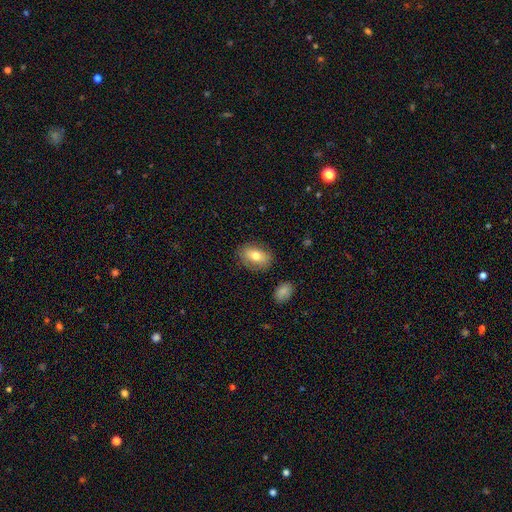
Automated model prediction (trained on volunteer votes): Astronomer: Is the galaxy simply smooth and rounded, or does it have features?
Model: smooth — 71%.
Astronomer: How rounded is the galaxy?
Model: in between — 84%.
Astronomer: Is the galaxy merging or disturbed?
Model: none — 82%.